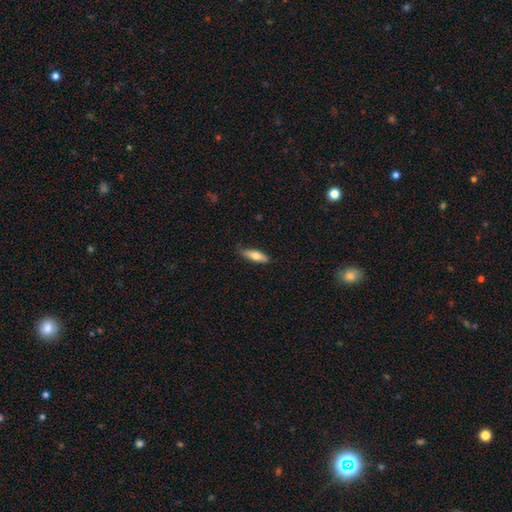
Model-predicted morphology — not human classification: Smooth or featured? smooth (70%)
How rounded? cigar-shaped (51%)
Merging? none (83%)